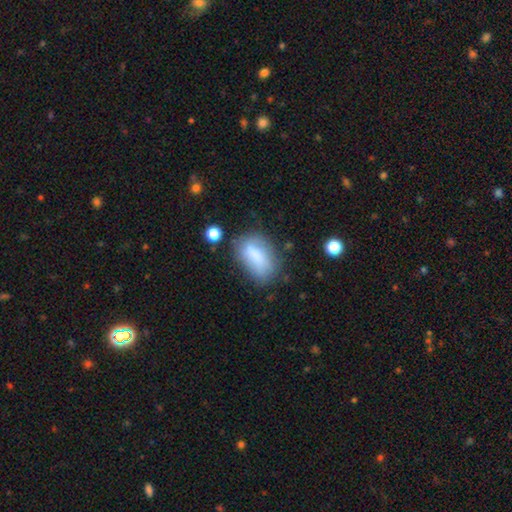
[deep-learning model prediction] The model was most divided on "merging": none: 56%, minor disturbance: 27%, major disturbance: 11%, merger: 6%. More confident: how rounded — in between (89%); smooth or featured — smooth (73%).